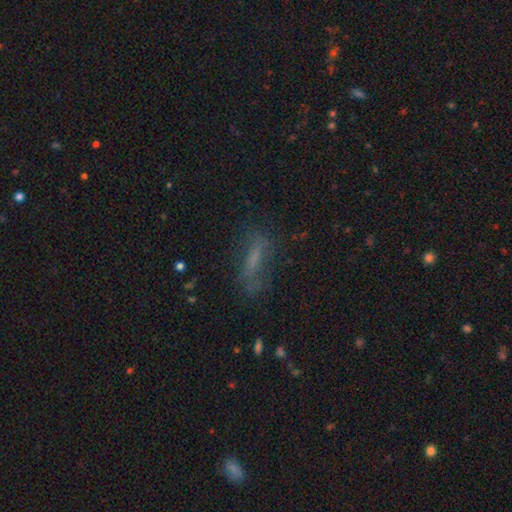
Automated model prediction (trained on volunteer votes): Overall: smooth (50%; featured or disk 30%). How rounded: cigar-shaped (60%; in between 37%). Merging: none (62%).